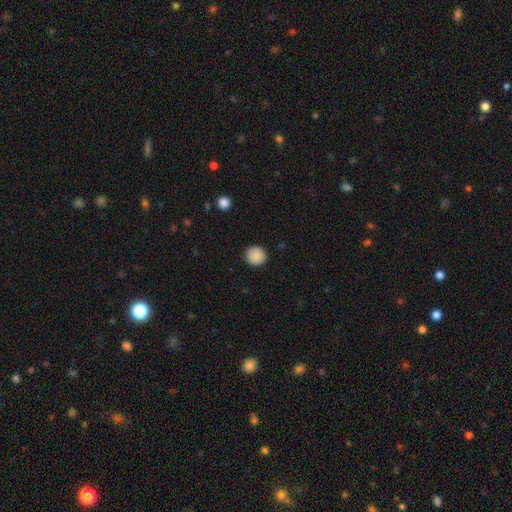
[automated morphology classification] smooth 89%, star or artifact 8%, featured or disk 3%. Down the decision tree: how rounded — round (93%); merging — none (91%).